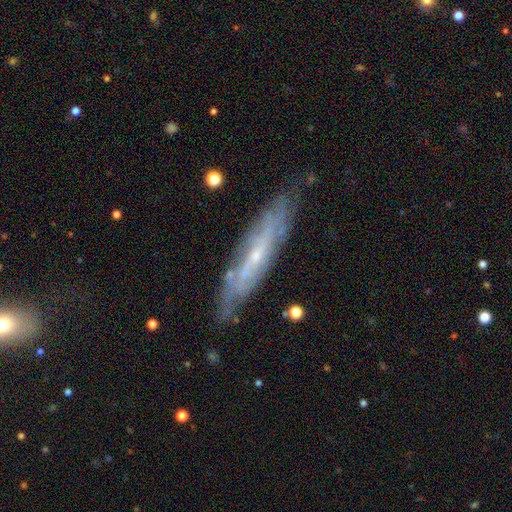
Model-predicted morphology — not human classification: Smooth or featured? featured or disk (75%)
Edge-on disk? no (51%)
Merging? none (78%)